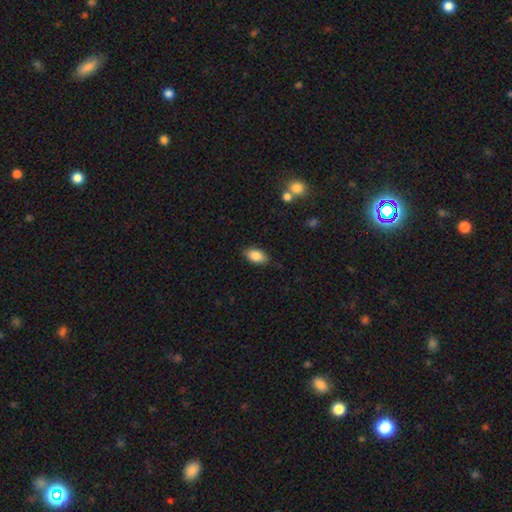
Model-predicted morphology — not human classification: Smooth or featured? Predicted: smooth (p=0.85). How rounded? Predicted: in between (p=0.90). Merging? Predicted: none (p=0.85).